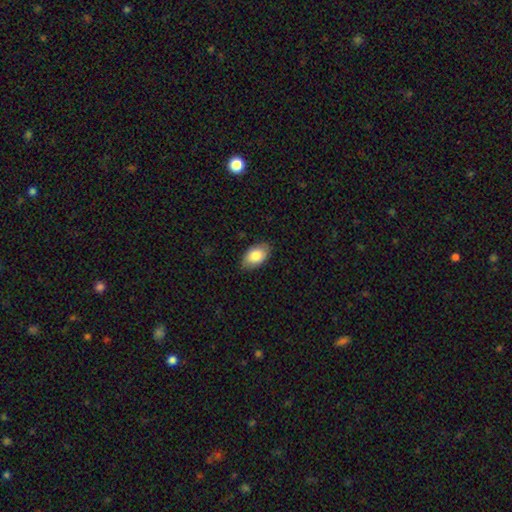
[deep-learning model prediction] Smooth or featured? Predicted: smooth (p=0.83). How rounded? Predicted: in between (p=0.93). Merging? Predicted: none (p=0.84).